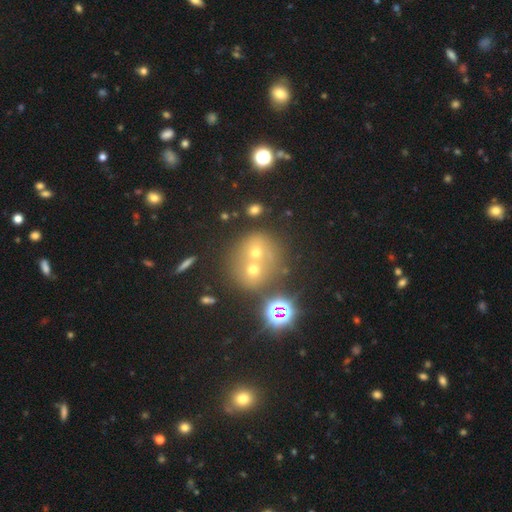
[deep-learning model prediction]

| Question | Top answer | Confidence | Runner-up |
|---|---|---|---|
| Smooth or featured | smooth | 51% | star or artifact (29%) |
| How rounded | round | 81% | in between (18%) |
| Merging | merger | 54% | none (36%) |